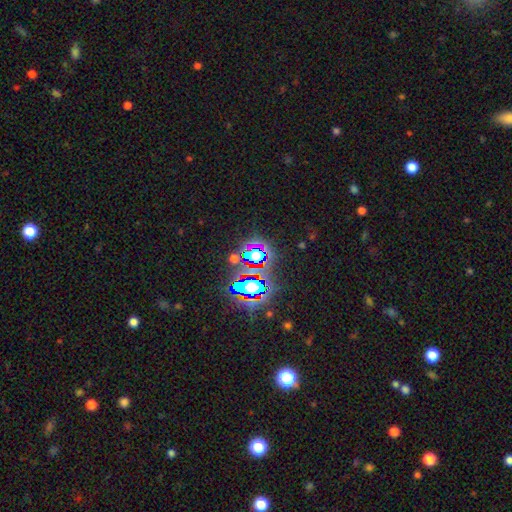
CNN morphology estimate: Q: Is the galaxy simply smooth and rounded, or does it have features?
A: star or artifact — 70%.